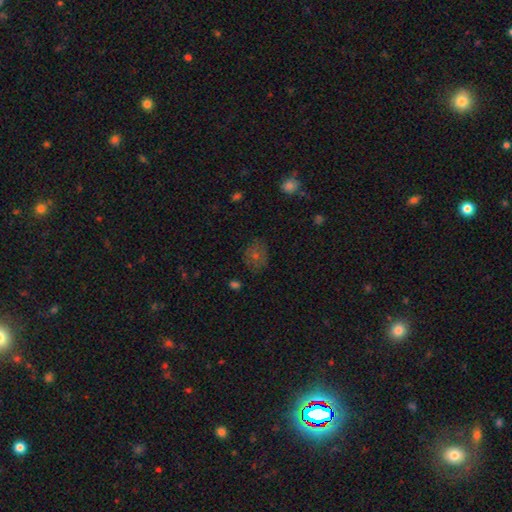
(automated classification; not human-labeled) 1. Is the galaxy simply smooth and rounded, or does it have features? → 59% smooth, 24% star or artifact, 17% featured or disk.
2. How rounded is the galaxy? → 61% round, 38% in between, 1% cigar-shaped.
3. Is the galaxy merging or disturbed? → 75% none, 18% minor disturbance, 6% major disturbance, 2% merger.